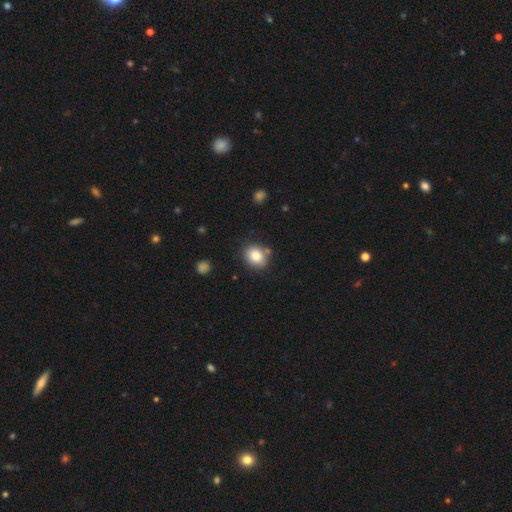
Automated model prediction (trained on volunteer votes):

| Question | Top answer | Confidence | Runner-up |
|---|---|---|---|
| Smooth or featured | smooth | 84% | star or artifact (9%) |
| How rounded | round | 50% | in between (49%) |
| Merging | none | 80% | minor disturbance (12%) |